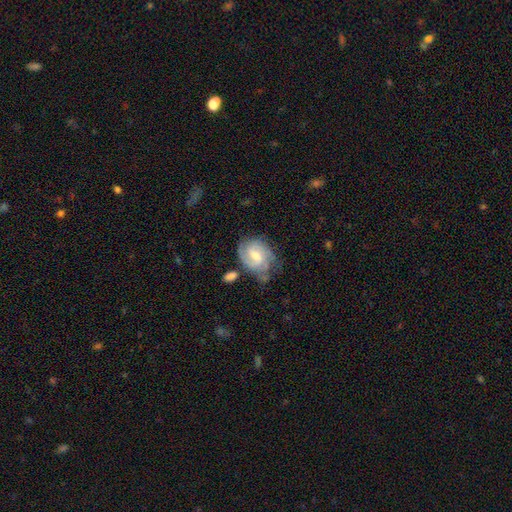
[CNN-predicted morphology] featured or disk 74%, smooth 20%, star or artifact 6%. Down the decision tree: edge-on disk — no (97%); bar — weak (59%); spiral arms — yes (93%); spiral arm count — 2 (51%); spiral winding — tight (49%); bulge size — moderate (52%); merging — none (55%).